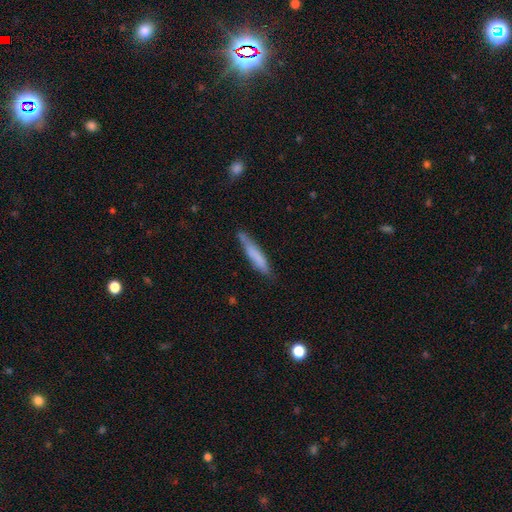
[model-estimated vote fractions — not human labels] Smooth or featured: smooth — 71% (featured or disk — 23%)
How rounded: cigar-shaped — 91% (in between — 8%)
Merging: none — 72% (minor disturbance — 21%)